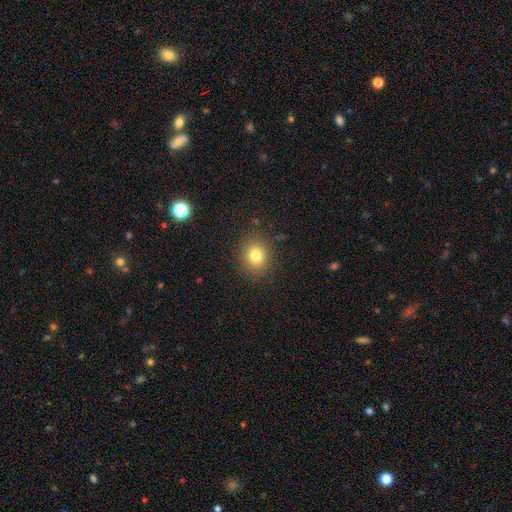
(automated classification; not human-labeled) Smooth or featured? Predicted: smooth (p=0.79). How rounded? Predicted: round (p=0.68). Merging? Predicted: none (p=0.86).